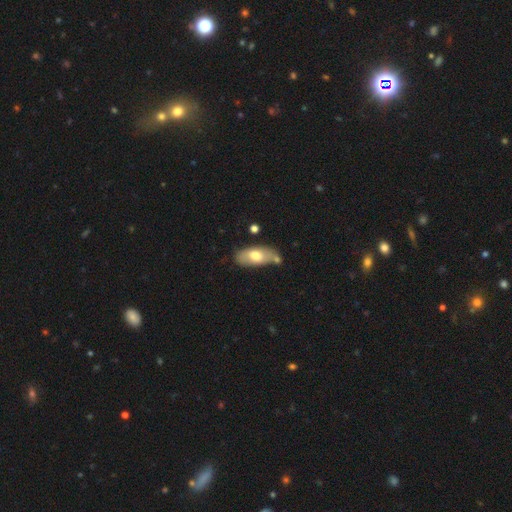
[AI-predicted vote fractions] smooth_or_featured: smooth (p=0.66) [alt: featured or disk p=0.28]
how_rounded: in between (p=0.86) [alt: cigar-shaped p=0.11]
merging: none (p=0.60) [alt: minor disturbance p=0.20]